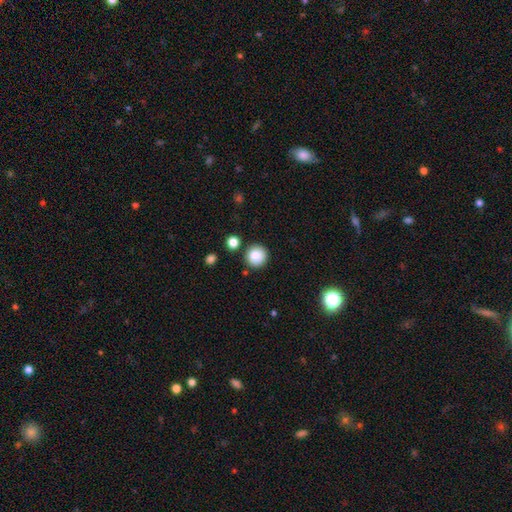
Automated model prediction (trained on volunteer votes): This is clearly a smooth galaxy (86%). How rounded: clearly round (93%). Merging: clearly none (86%).